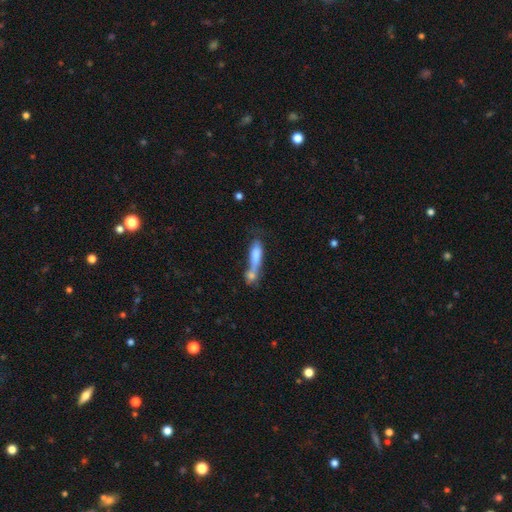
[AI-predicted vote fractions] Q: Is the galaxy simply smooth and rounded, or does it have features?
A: smooth — 72%.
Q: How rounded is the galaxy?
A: cigar-shaped — 55%.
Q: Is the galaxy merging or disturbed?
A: merger — 59%.